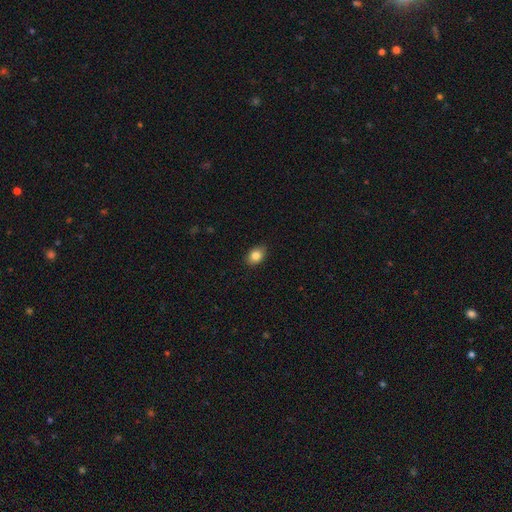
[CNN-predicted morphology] A smooth galaxy with no disk features (84%) that is in between round and cigar-shaped (72%). Merging: none (87%).